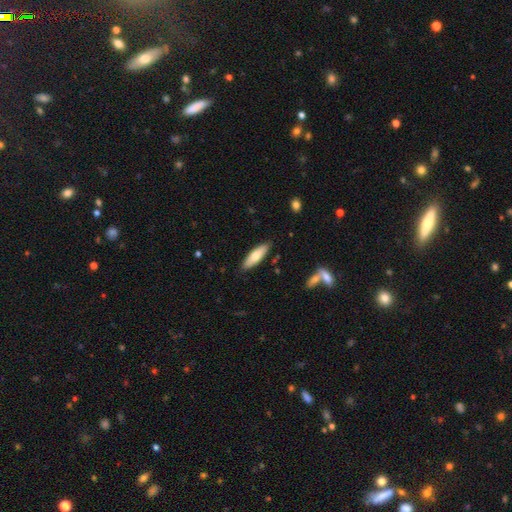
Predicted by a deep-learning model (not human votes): This appears to be a smooth galaxy with no disk features (72%) that is cigar-shaped (54%). Merging: none (88%).